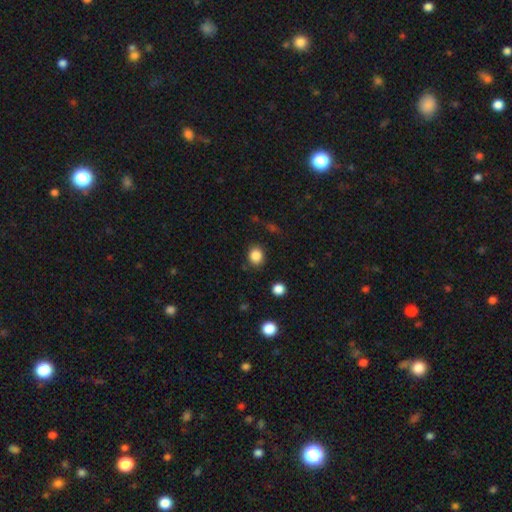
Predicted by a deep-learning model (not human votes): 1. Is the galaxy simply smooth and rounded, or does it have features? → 85% smooth, 10% star or artifact, 4% featured or disk.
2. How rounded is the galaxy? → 70% round, 29% in between, 1% cigar-shaped.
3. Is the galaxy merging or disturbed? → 83% none, 11% minor disturbance, 3% major disturbance, 2% merger.